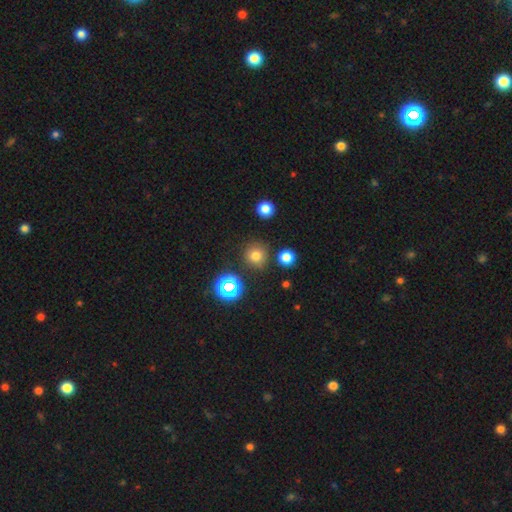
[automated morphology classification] Smooth or featured? Predicted: smooth (p=0.71). How rounded? Predicted: round (p=0.94). Merging? Predicted: none (p=0.85).